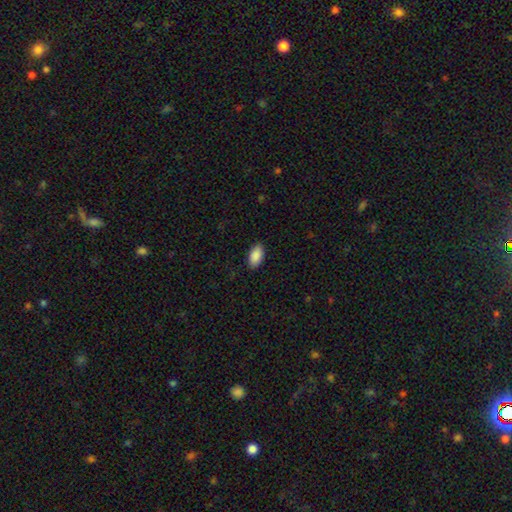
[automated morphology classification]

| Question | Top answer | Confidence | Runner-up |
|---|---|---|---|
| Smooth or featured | smooth | 90% | star or artifact (6%) |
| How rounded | in between | 95% | cigar-shaped (3%) |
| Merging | none | 88% | minor disturbance (9%) |